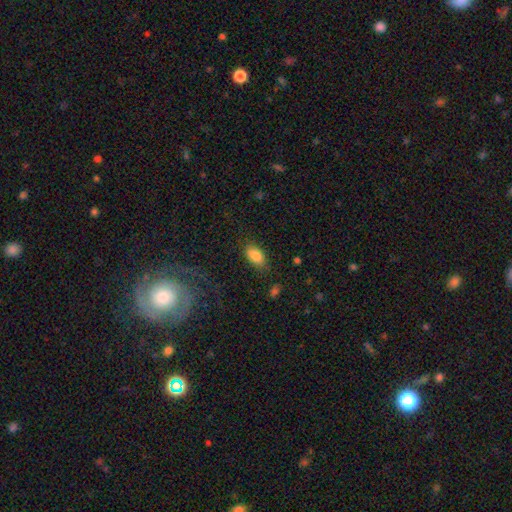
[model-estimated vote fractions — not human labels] This is clearly a smooth galaxy (85%). How rounded: clearly in between (91%). Merging: likely none (78%).